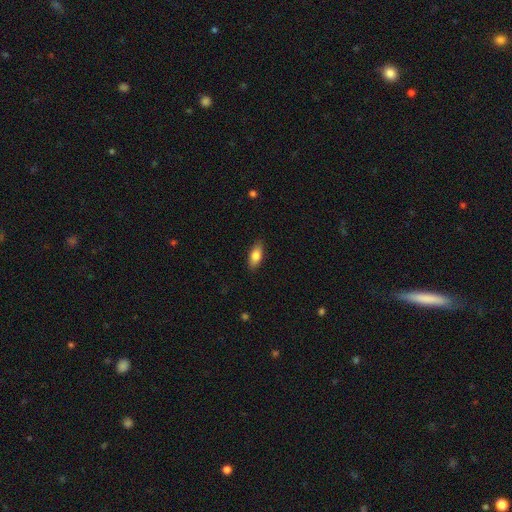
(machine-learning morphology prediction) This is likely a smooth galaxy (79%). How rounded: clearly in between (81%). Merging: clearly none (87%).